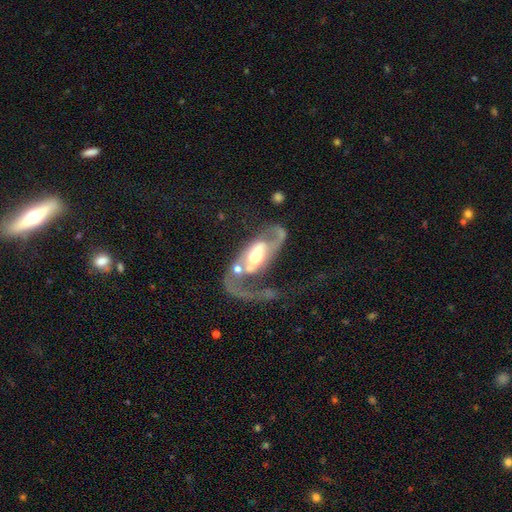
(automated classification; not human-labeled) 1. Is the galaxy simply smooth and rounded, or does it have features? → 81% featured or disk, 13% smooth, 6% star or artifact.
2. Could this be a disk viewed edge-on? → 93% no, 7% yes.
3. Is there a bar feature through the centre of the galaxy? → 36% weak, 33% no, 31% strong.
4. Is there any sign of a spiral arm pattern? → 88% yes, 12% no.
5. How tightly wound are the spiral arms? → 56% loose, 33% medium, 11% tight.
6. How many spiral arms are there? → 71% 2, 20% 1, 6% can't tell, 1% 3, 1% 4, 1% more than 4.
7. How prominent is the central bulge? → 50% moderate, 30% large, 13% small, 4% dominant, 3% none.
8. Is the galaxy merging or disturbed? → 39% major disturbance, 30% none, 18% merger, 14% minor disturbance.